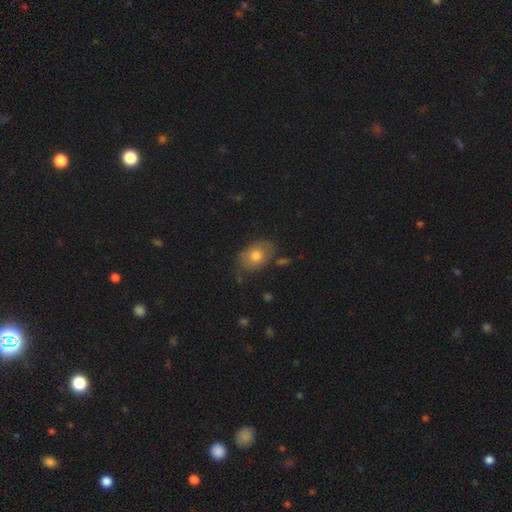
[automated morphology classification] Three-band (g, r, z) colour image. It shows a smooth galaxy with no disk features (74%) that is in between round and cigar-shaped (77%). Merging: none (72%).